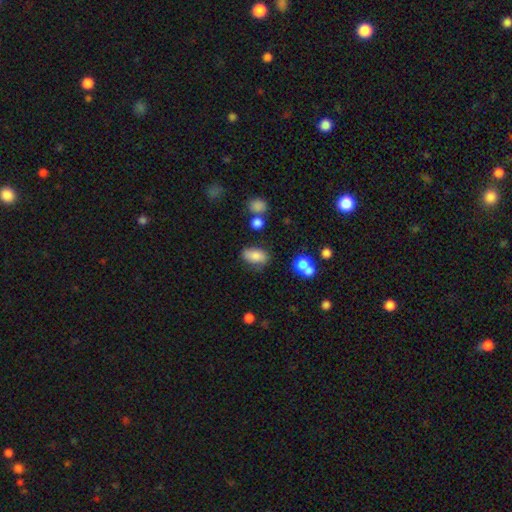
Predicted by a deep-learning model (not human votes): Q: Smooth or featured?
A: smooth (79%); runner-up: featured or disk (12%)
Q: How rounded?
A: in between (89%); runner-up: round (8%)
Q: Merging?
A: none (69%); runner-up: minor disturbance (20%)